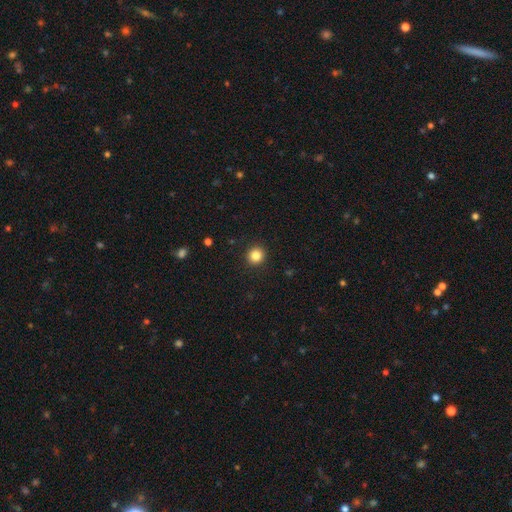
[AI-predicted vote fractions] smooth_or_featured: smooth (p=0.84) [alt: star or artifact p=0.11]
how_rounded: round (p=0.93) [alt: in between p=0.06]
merging: none (p=0.92) [alt: minor disturbance p=0.05]